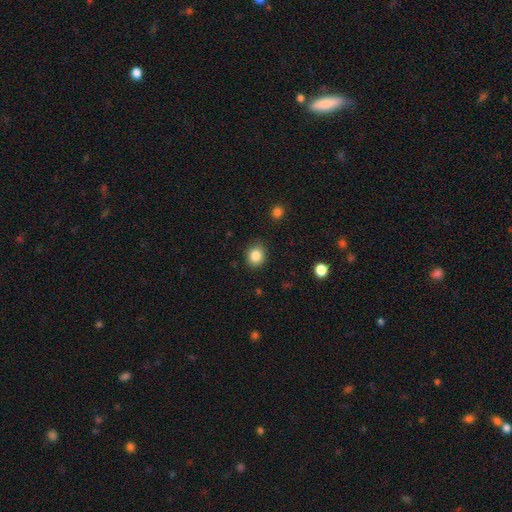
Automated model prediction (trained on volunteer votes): smooth_or_featured: smooth (p=0.85) [alt: star or artifact p=0.11]
how_rounded: round (p=0.74) [alt: in between p=0.25]
merging: none (p=0.85) [alt: minor disturbance p=0.11]